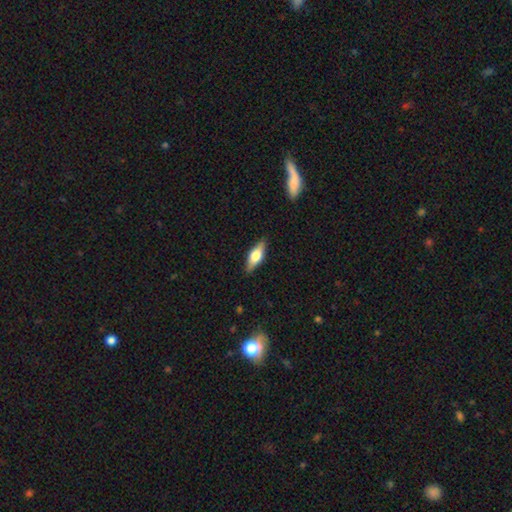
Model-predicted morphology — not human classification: Overall: smooth (49%; featured or disk 44%). Merging: none (86%).